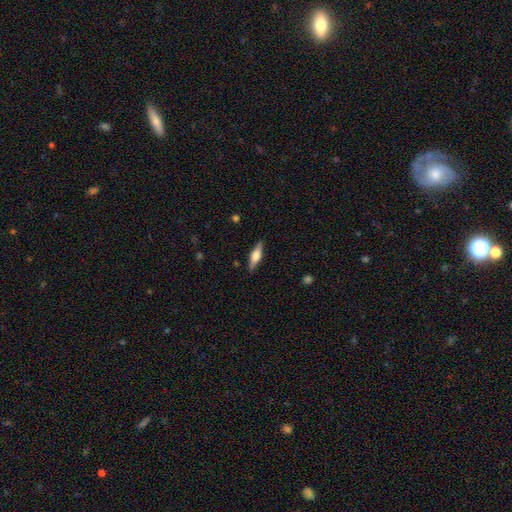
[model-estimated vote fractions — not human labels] smooth-or-featured: featured or disk: 50% | smooth: 44% | star or artifact: 6%
  merging: none: 88% | minor disturbance: 9% | major disturbance: 2% | merger: 1%